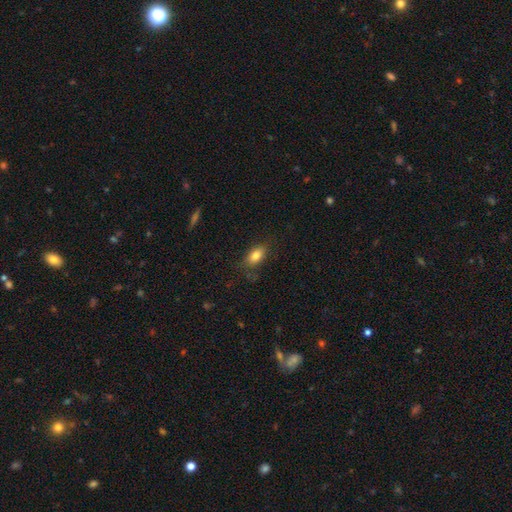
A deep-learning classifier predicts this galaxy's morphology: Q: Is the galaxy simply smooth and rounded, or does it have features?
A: smooth — 81%.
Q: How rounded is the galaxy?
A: in between — 88%.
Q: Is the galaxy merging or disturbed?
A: none — 79%.